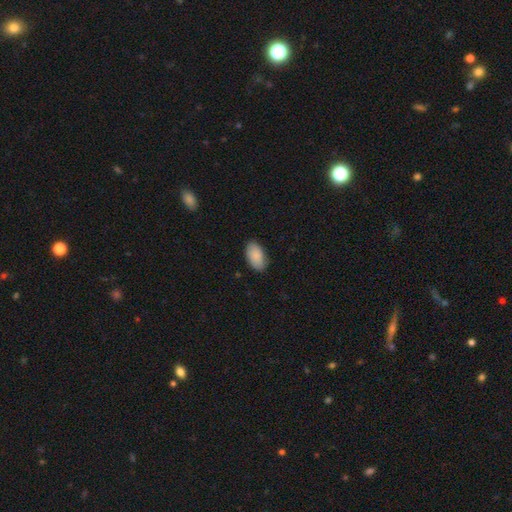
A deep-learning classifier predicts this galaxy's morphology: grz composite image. It shows a smooth galaxy with no disk features (89%) that is in between round and cigar-shaped (95%). Merging: none (85%).